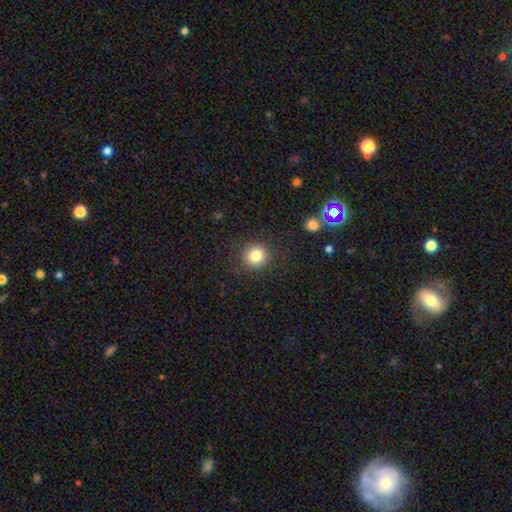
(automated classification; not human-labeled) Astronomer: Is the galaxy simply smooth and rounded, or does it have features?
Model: smooth — 82%.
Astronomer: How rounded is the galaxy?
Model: round — 92%.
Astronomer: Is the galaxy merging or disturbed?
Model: none — 88%.